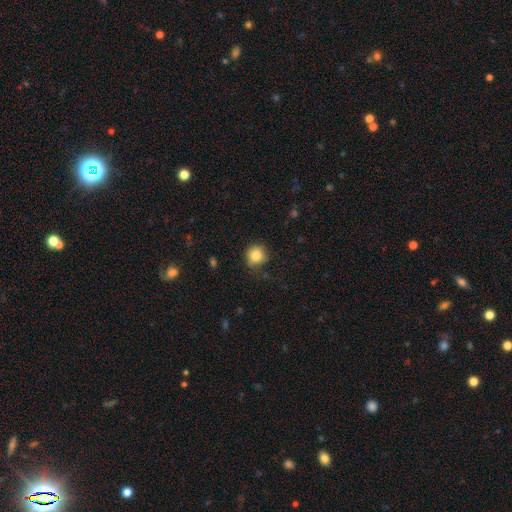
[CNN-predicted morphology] A smooth galaxy with no disk features (83%) that is round (87%). Merging: none (74%).